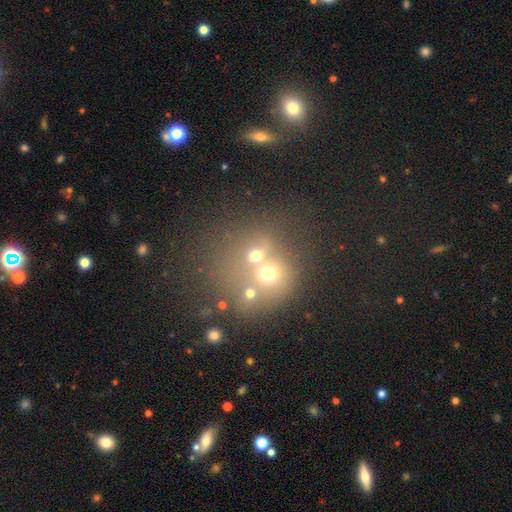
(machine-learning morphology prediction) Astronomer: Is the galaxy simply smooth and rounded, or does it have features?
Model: smooth — 60%.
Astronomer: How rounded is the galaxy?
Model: round — 71%.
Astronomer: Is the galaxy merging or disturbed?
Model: merger — 55% (runner-up: none, 32%).